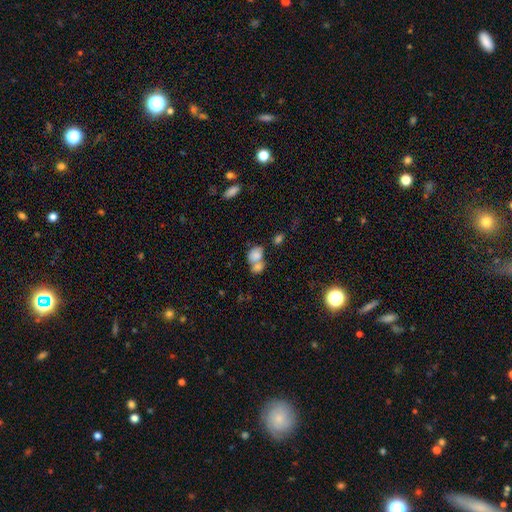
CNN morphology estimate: This is likely a smooth galaxy (79%). How rounded: likely in between (64%). Merging: likely merger (62%).